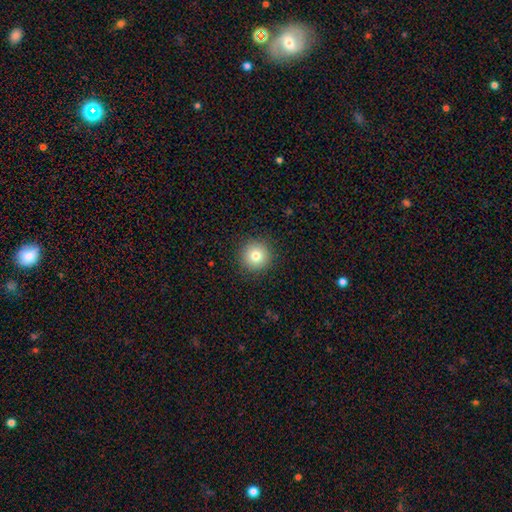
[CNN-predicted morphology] Smooth or featured? Predicted: smooth (p=0.80). How rounded? Predicted: round (p=0.96). Merging? Predicted: none (p=0.92).